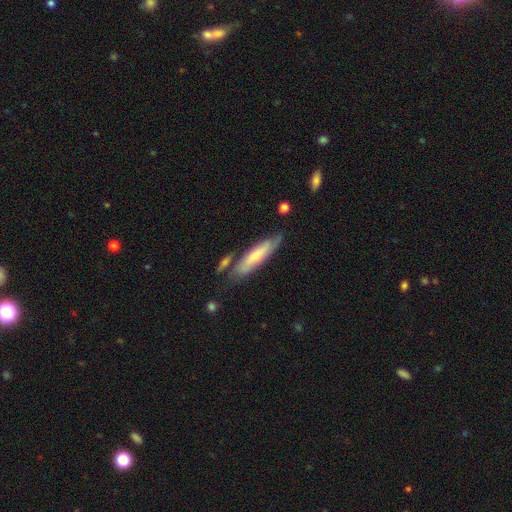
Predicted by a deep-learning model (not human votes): smooth_or_featured: smooth (p=0.49) [alt: featured or disk p=0.45]
merging: none (p=0.66) [alt: minor disturbance p=0.19]